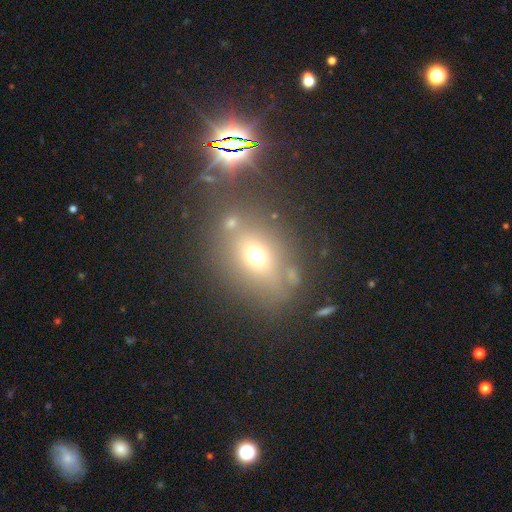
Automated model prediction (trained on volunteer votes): A smooth galaxy with no disk features (50%) that is in between round and cigar-shaped (60%). Merging: none (69%).